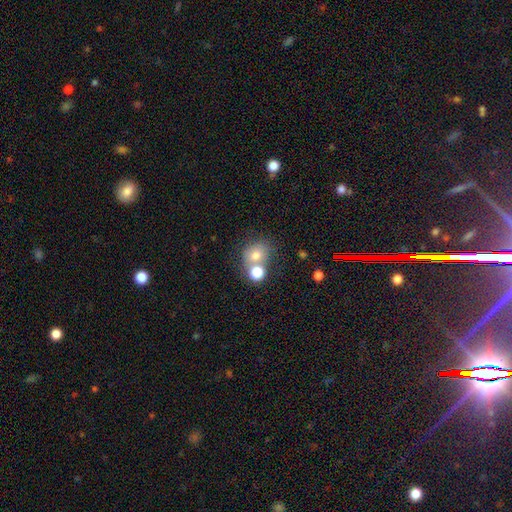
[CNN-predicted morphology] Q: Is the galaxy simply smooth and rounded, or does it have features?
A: smooth — 73%.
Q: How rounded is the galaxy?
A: round — 67%.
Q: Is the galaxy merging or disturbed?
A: merger — 44%.